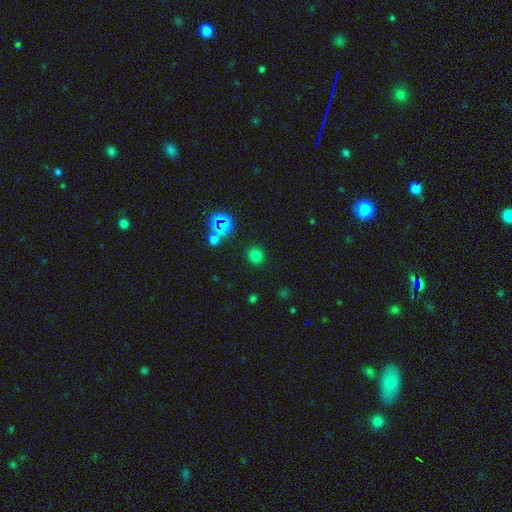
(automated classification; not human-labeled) This appears to be a smooth galaxy with no disk features (73%) that is round (90%). Merging: none (88%).